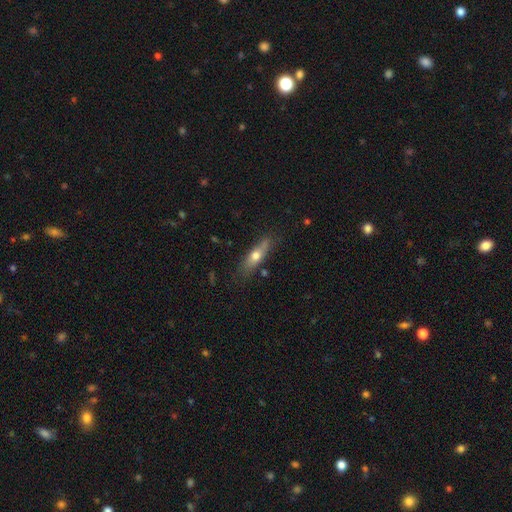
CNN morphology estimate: smooth_or_featured: smooth (p=0.59) [alt: featured or disk p=0.35]
how_rounded: cigar-shaped (p=0.57) [alt: in between p=0.40]
merging: none (p=0.74) [alt: minor disturbance p=0.19]